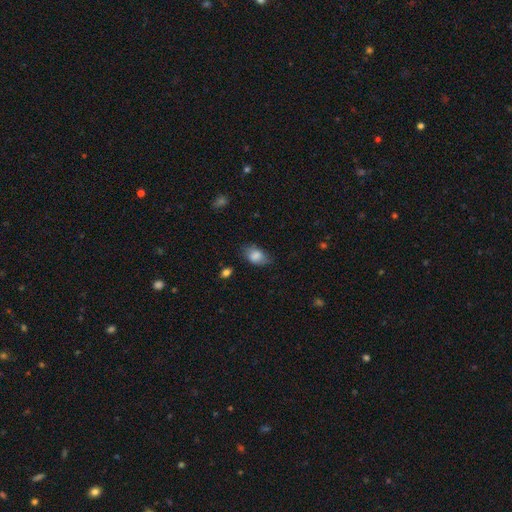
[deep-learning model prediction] smooth 81%, featured or disk 11%, star or artifact 8%. Down the decision tree: how rounded — in between (86%); merging — none (61%).